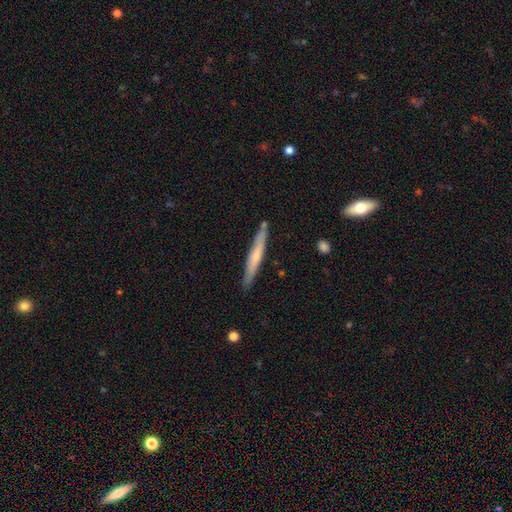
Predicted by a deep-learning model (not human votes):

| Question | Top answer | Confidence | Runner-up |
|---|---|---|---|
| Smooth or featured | smooth | 52% | featured or disk (43%) |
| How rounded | cigar-shaped | 96% | in between (3%) |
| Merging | none | 85% | minor disturbance (11%) |